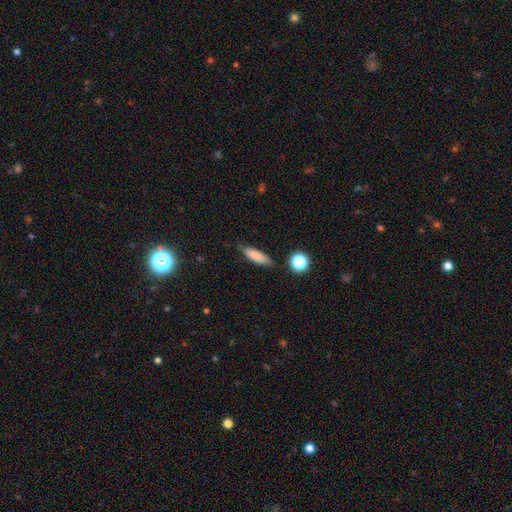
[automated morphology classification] Smooth or featured? smooth (82%)
How rounded? cigar-shaped (51%)
Merging? none (77%)